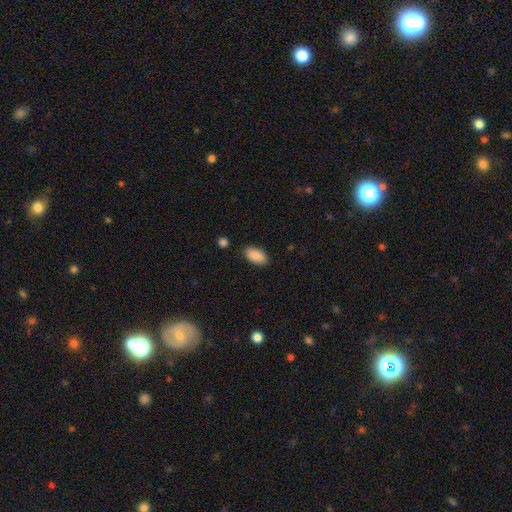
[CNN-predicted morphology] This is clearly a smooth galaxy (87%). How rounded: clearly in between (94%). Merging: clearly none (84%).